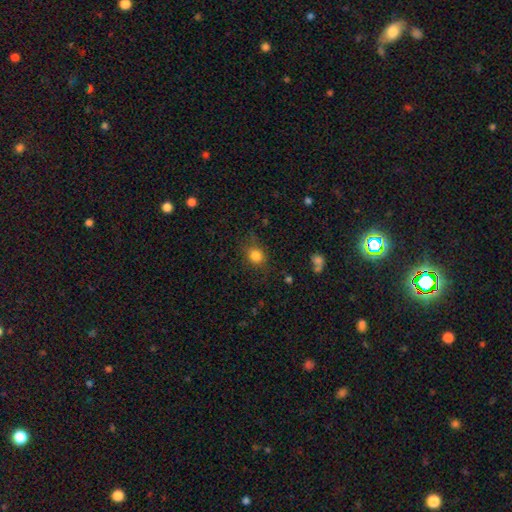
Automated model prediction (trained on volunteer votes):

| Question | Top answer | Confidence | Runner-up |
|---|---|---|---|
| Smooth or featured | smooth | 83% | star or artifact (11%) |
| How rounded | round | 69% | in between (30%) |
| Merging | none | 76% | minor disturbance (17%) |